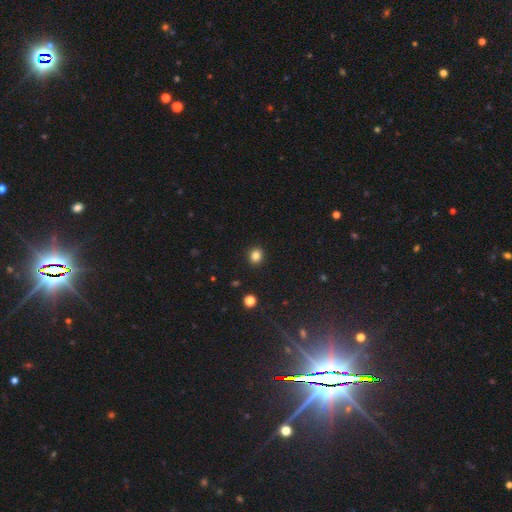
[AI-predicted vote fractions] Smooth or featured?
  - smooth: 84% *
  - star or artifact: 12%
  - featured or disk: 5%
How rounded?
  - round: 70% *
  - in between: 29%
  - cigar-shaped: 1%
Merging?
  - none: 91% *
  - minor disturbance: 6%
  - major disturbance: 2%
  - merger: 1%